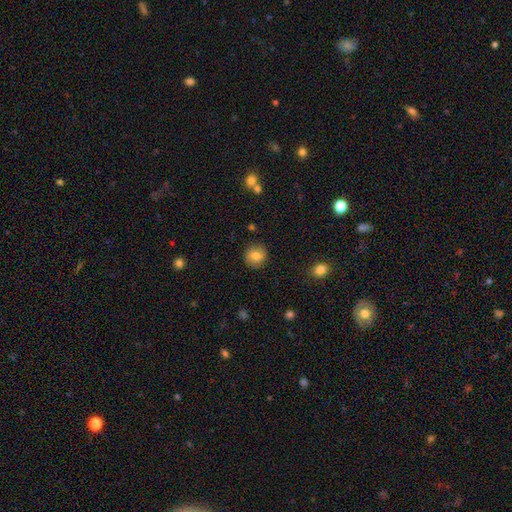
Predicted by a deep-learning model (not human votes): smooth 81%, featured or disk 11%, star or artifact 9%. Down the decision tree: how rounded — round (88%); merging — none (89%).